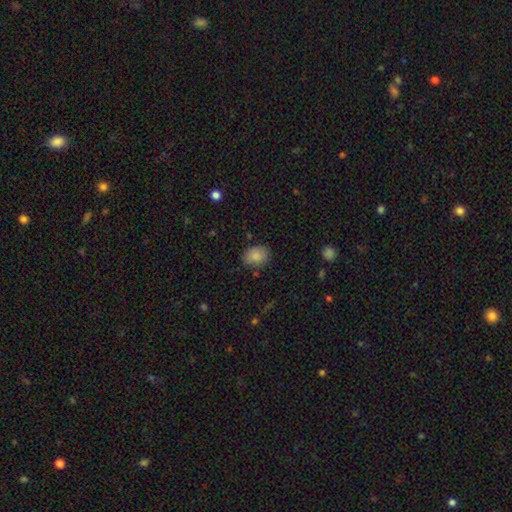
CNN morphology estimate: Smooth or featured: smooth — 85% (star or artifact — 8%)
How rounded: in between — 71% (round — 28%)
Merging: none — 79% (minor disturbance — 15%)